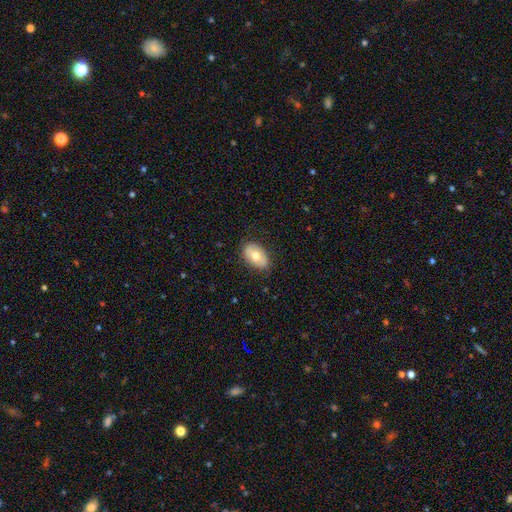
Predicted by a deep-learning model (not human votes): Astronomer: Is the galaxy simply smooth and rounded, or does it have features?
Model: smooth — 67%.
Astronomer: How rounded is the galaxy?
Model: in between — 89%.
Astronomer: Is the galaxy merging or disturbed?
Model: none — 80%.